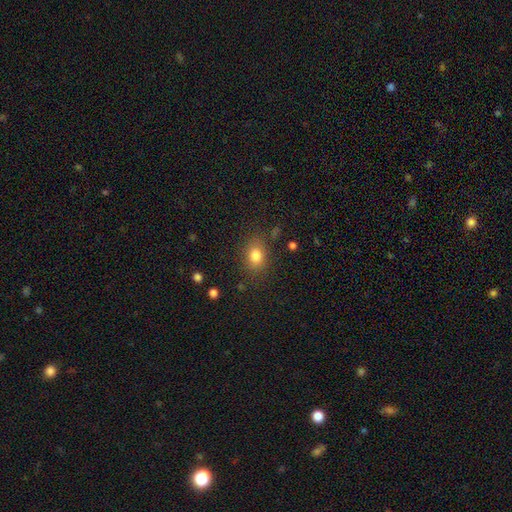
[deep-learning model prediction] Morphology: type=smooth (81%); roundness=in between (60%); merging=none (80%).